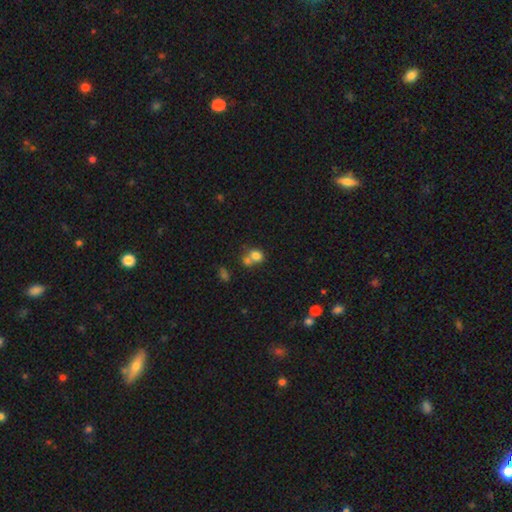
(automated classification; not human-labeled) A smooth galaxy with no disk features (75%) that is round (57%).

Vote fractions:
- Smooth or featured? smooth: 75% / featured or disk: 13% / star or artifact: 12%
- How rounded? round: 57% / in between: 42% / cigar-shaped: 1%
- Merging? merger: 52% / none: 33% / minor disturbance: 10% / major disturbance: 5%